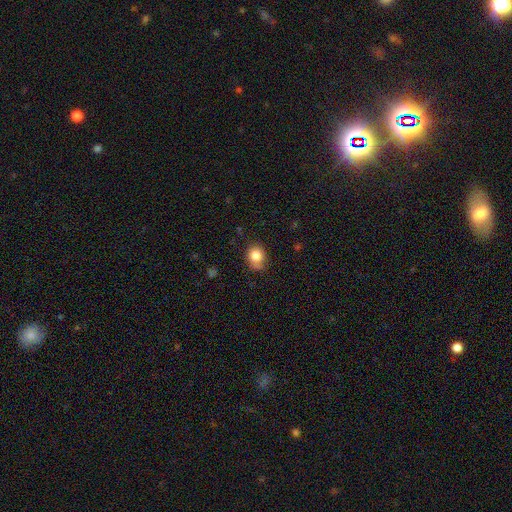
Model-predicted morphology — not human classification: type=smooth (82%); roundness=round (63%); merging=none (64%).